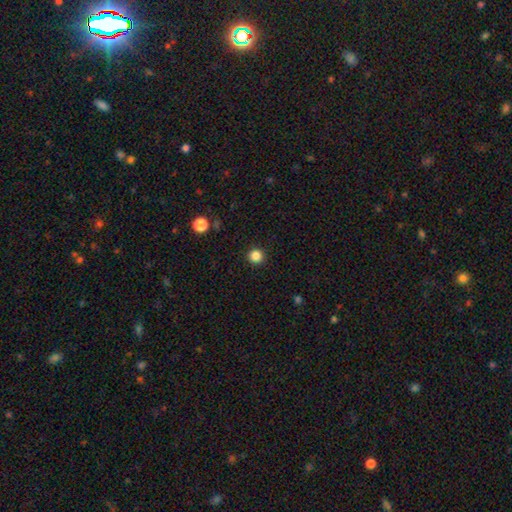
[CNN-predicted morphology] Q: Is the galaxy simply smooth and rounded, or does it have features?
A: smooth — 85%.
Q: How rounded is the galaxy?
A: round — 96%.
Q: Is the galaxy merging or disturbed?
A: none — 93%.